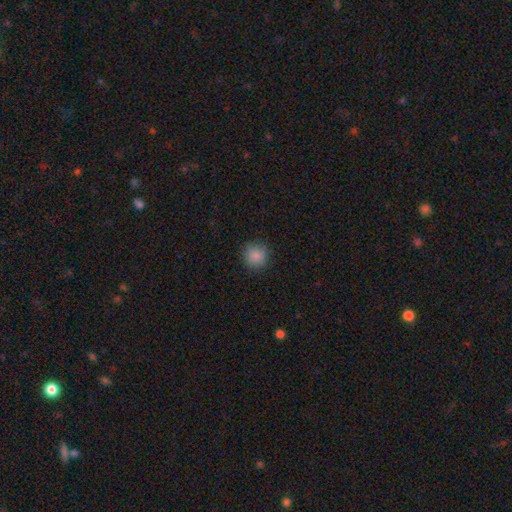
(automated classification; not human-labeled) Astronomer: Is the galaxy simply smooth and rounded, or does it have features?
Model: smooth — 87%.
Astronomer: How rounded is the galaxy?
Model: round — 94%.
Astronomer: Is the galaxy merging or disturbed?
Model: none — 90%.